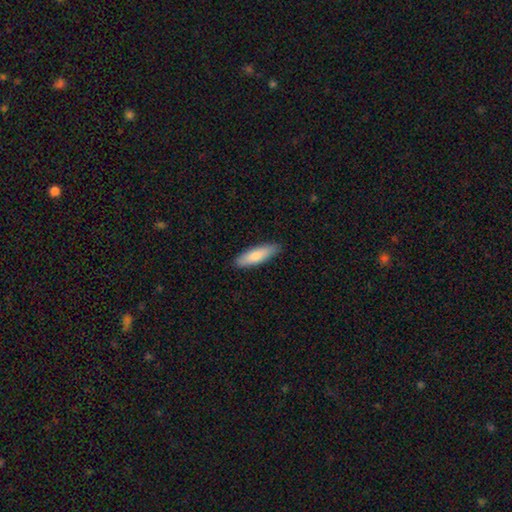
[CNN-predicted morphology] Overall: smooth (82%). How rounded: cigar-shaped (58%; in between 41%). Merging: none (87%).